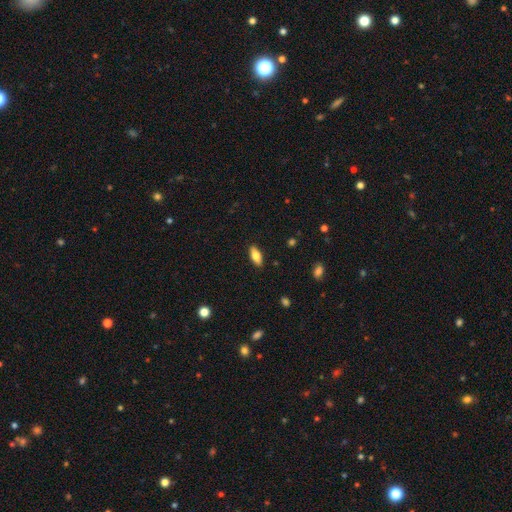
A smooth galaxy with no disk features (82%) that is in between round and cigar-shaped (94%). Merging: none (97%).